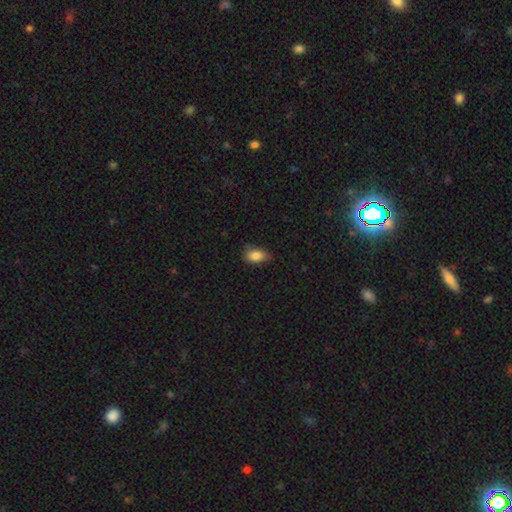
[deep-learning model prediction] Smooth or featured?
  - smooth: 86% *
  - star or artifact: 8%
  - featured or disk: 6%
How rounded?
  - in between: 89% *
  - round: 9%
  - cigar-shaped: 2%
Merging?
  - none: 68% *
  - minor disturbance: 26%
  - major disturbance: 4%
  - merger: 1%